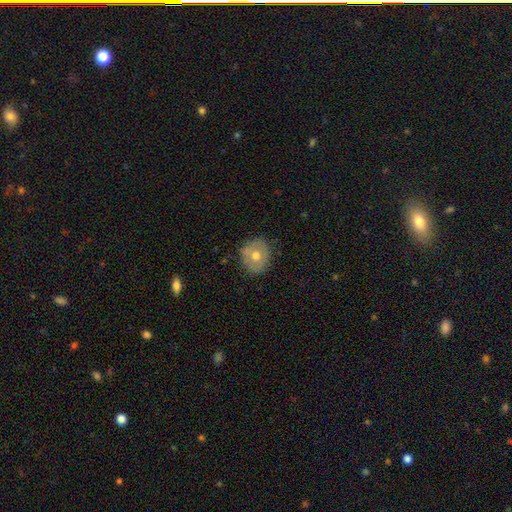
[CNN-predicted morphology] smooth 60%, featured or disk 32%, star or artifact 9%. Down the decision tree: how rounded — round (80%); merging — none (82%).